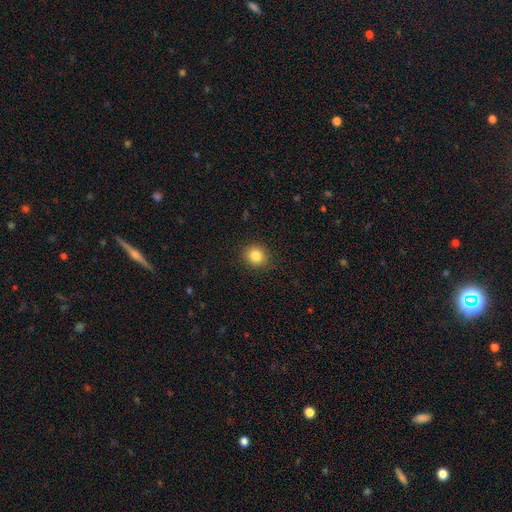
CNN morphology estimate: type=smooth (83%); roundness=round (82%); merging=none (88%).